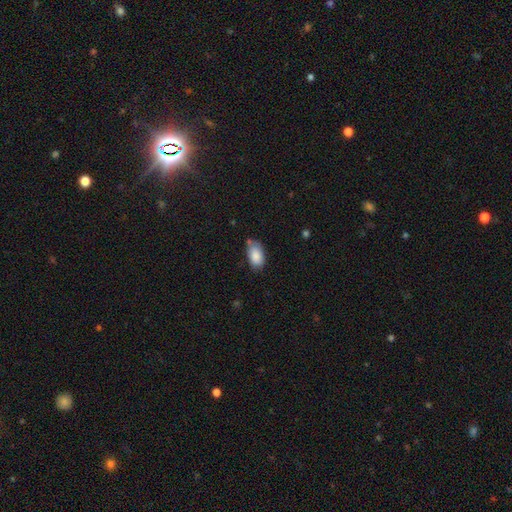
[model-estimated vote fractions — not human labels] Q: Smooth or featured?
A: smooth (87%); runner-up: star or artifact (7%)
Q: How rounded?
A: in between (94%); runner-up: round (4%)
Q: Merging?
A: none (61%); runner-up: minor disturbance (29%)